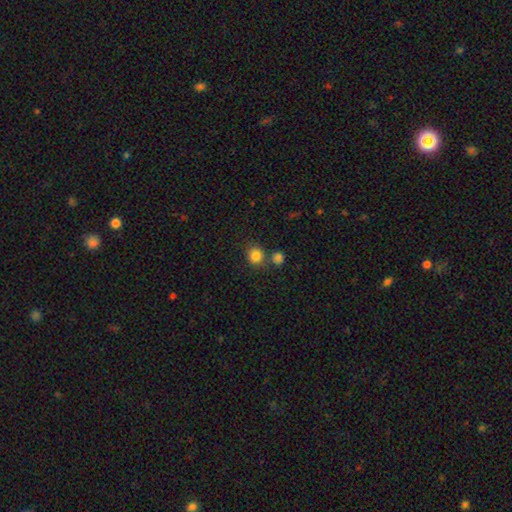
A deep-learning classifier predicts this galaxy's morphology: The model was most divided on "merging": none: 70%, merger: 18%, minor disturbance: 9%, major disturbance: 3%. More confident: how rounded — round (85%); smooth or featured — smooth (83%).